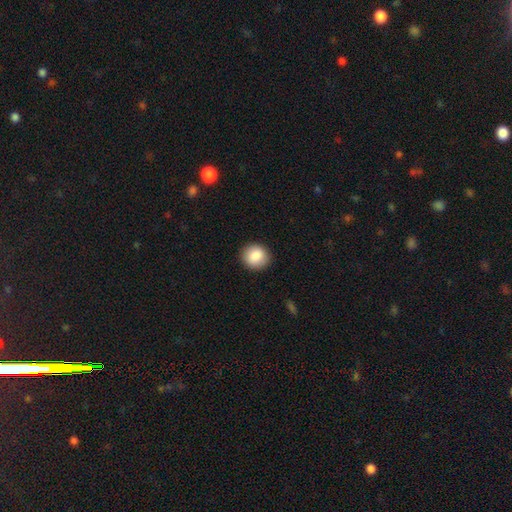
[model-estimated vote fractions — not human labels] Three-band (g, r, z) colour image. It shows a smooth galaxy with no disk features (87%) that is round (87%). Merging: none (90%).